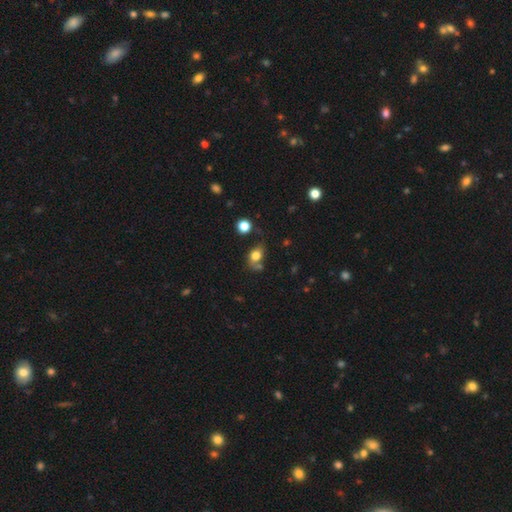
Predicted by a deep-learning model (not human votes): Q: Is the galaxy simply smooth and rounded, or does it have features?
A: smooth — 77%.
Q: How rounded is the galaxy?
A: in between — 63%.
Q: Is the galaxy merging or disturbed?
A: none — 51%.